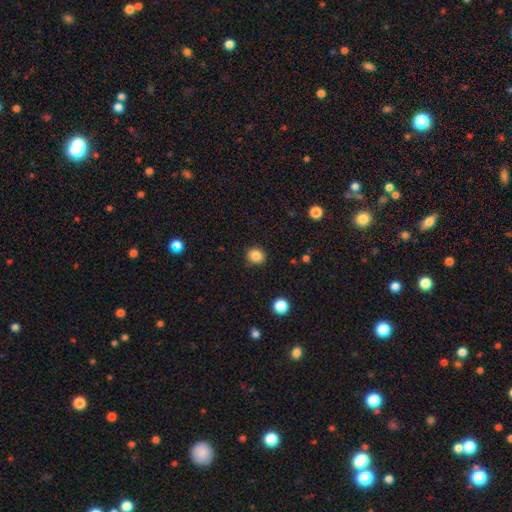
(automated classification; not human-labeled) Overall: smooth (85%). How rounded: round (77%). Merging: none (87%).